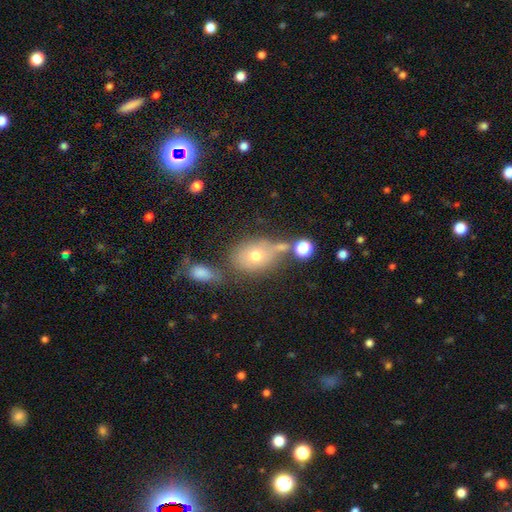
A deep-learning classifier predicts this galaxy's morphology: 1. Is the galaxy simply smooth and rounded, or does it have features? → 64% smooth, 21% featured or disk, 15% star or artifact.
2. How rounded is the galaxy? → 57% in between, 41% round, 2% cigar-shaped.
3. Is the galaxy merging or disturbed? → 51% none, 20% merger, 19% minor disturbance, 10% major disturbance.